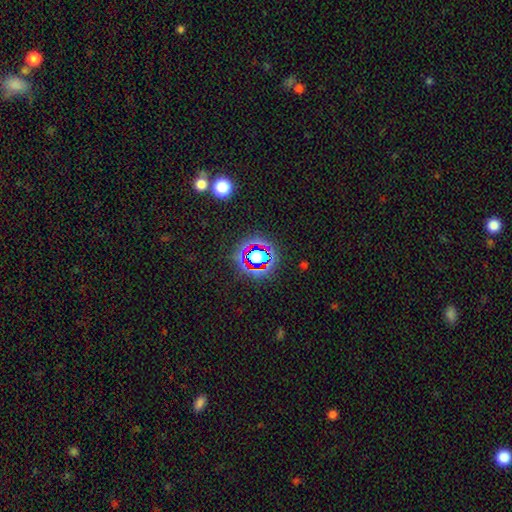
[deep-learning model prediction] Smooth or featured: star or artifact — 64% (smooth — 24%)